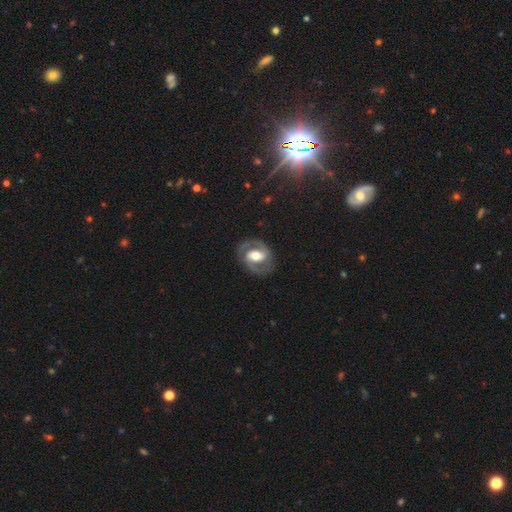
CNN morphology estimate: Overall: featured or disk (83%). Edge-on disk: no (97%). Bar: weak (40%; strong 32%). Spiral arms: yes (90%). Spiral arm count: 2 (91%). Spiral winding: medium (54%; tight 32%). Bulge size: moderate (63%; large 25%). Merging: none (82%).